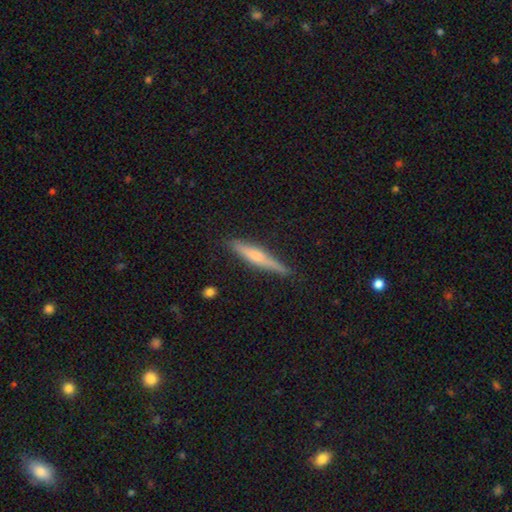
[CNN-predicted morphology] Overall: featured or disk (53%; smooth 41%). Edge-on disk: yes (96%). Edge-on bulge: rounded (71%). Merging: none (86%).